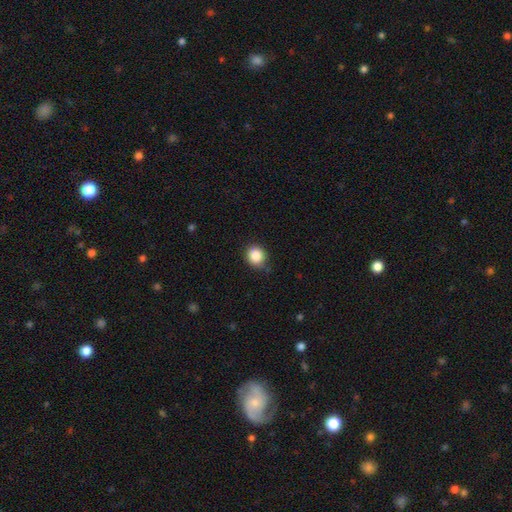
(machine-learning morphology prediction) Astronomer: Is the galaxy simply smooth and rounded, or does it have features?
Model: smooth — 86%.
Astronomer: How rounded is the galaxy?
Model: round — 82%.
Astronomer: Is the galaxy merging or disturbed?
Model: none — 81%.